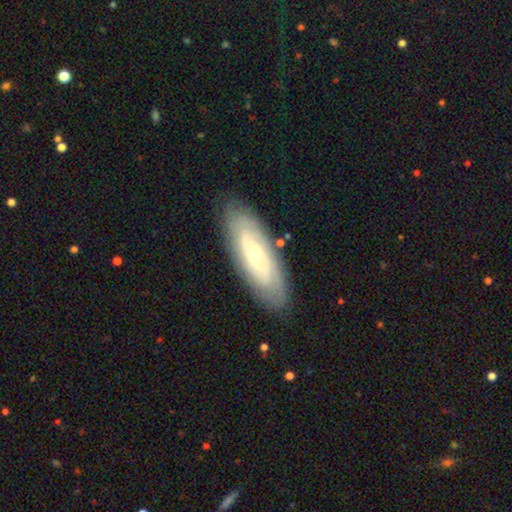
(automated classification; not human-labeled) smooth-or-featured: featured or disk: 72% | smooth: 22% | star or artifact: 6%
  disk-edge-on: no: 85% | yes: 15%
    bar: no: 73% | weak: 21% | strong: 6%
    has-spiral-arms: yes: 74% | no: 26%
    bulge-size: small: 61% | moderate: 35% | large: 1% | none: 1% | dominant: 1%
  merging: none: 84% | minor disturbance: 12% | major disturbance: 3% | merger: 1%